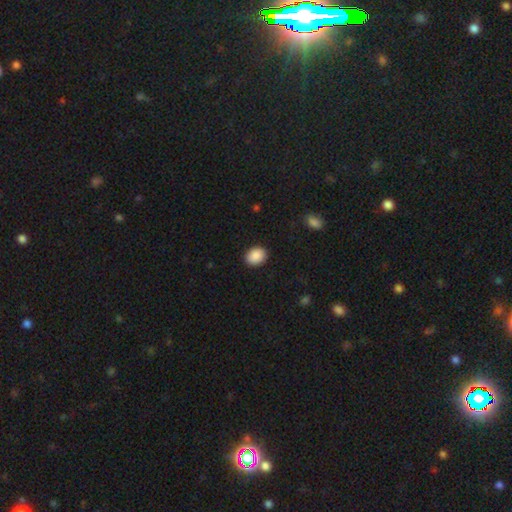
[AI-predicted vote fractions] Q: Smooth or featured?
A: smooth (90%); runner-up: star or artifact (7%)
Q: How rounded?
A: in between (54%); runner-up: round (45%)
Q: Merging?
A: none (90%); runner-up: minor disturbance (7%)